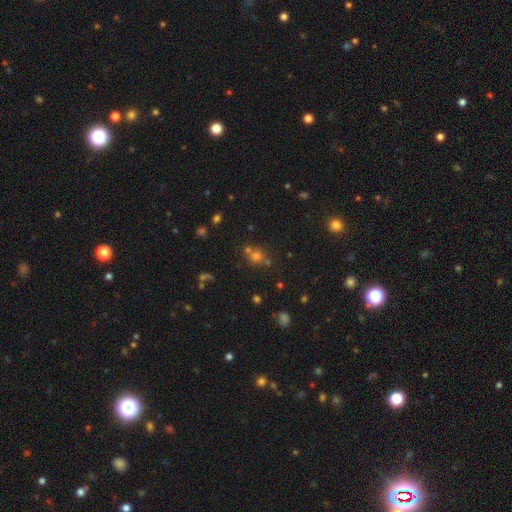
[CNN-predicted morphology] This is possibly a smooth galaxy (57%). How rounded: clearly round (83%). Merging: likely none (60%).